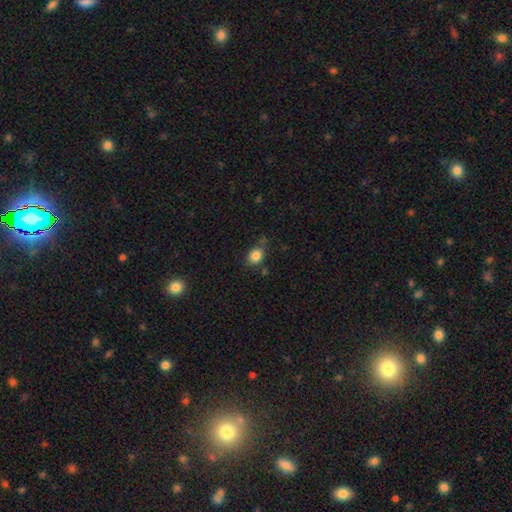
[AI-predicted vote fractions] Morphology: type=smooth (84%); roundness=in between (54%); merging=none (66%).